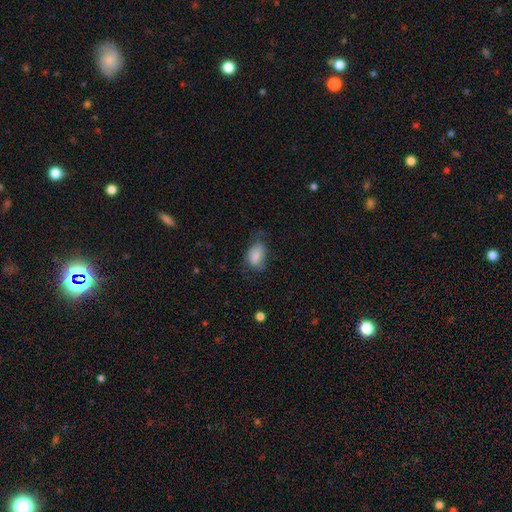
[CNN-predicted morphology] Smooth or featured?
  - smooth: 78% *
  - featured or disk: 14%
  - star or artifact: 8%
How rounded?
  - in between: 89% *
  - round: 9%
  - cigar-shaped: 2%
Merging?
  - none: 45% *
  - minor disturbance: 33%
  - major disturbance: 20%
  - merger: 2%